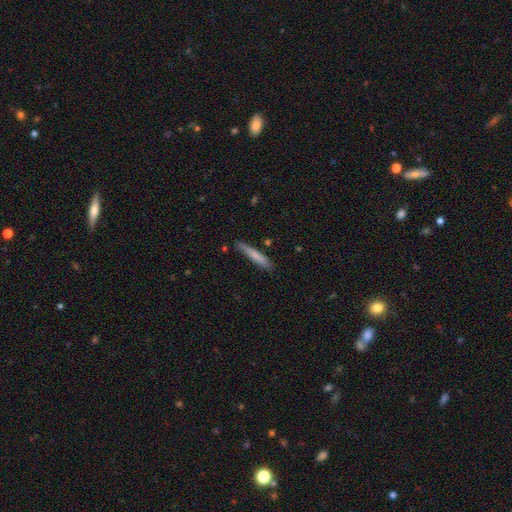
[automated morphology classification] Overall: smooth (71%). How rounded: cigar-shaped (94%). Merging: none (79%).